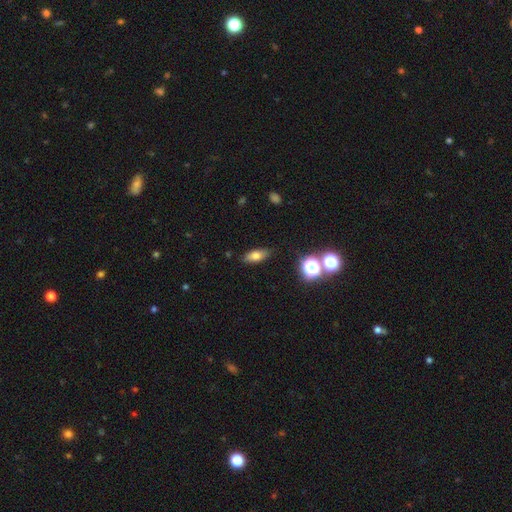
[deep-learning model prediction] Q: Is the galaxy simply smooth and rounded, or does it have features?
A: smooth — 73%.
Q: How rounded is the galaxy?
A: in between — 76%.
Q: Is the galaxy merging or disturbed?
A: none — 84%.